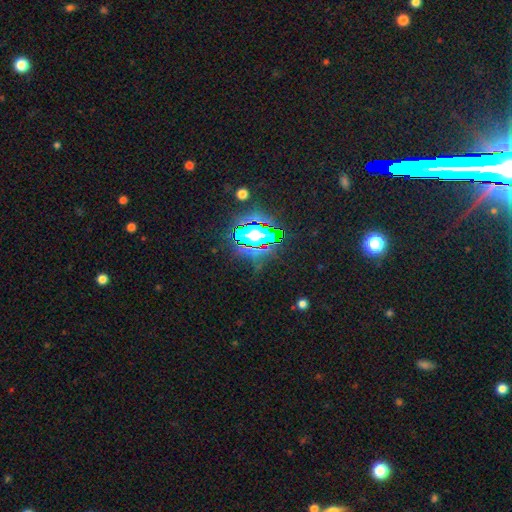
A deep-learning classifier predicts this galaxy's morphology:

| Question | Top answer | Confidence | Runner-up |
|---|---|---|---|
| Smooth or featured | star or artifact | 74% | smooth (15%) |